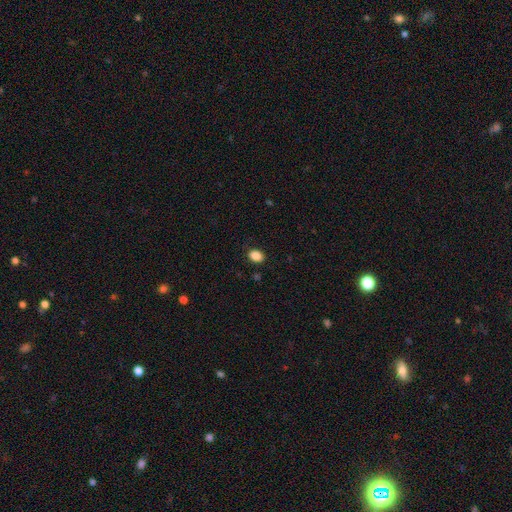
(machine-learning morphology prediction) Smooth or featured? Predicted: smooth (p=0.87). How rounded? Predicted: in between (p=0.69). Merging? Predicted: none (p=0.87).